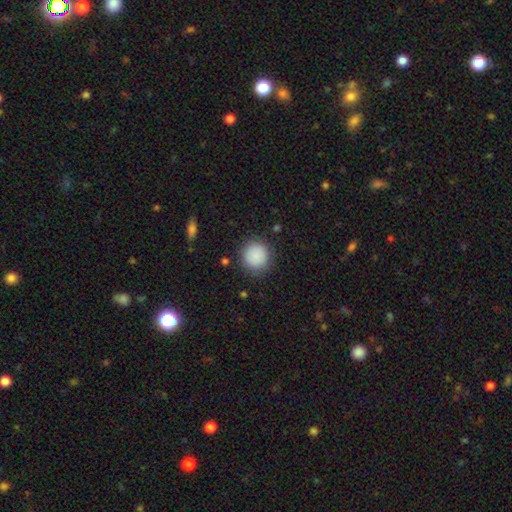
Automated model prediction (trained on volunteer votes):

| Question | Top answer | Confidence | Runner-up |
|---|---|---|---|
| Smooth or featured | smooth | 88% | star or artifact (8%) |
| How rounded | round | 92% | in between (7%) |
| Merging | none | 85% | minor disturbance (10%) |